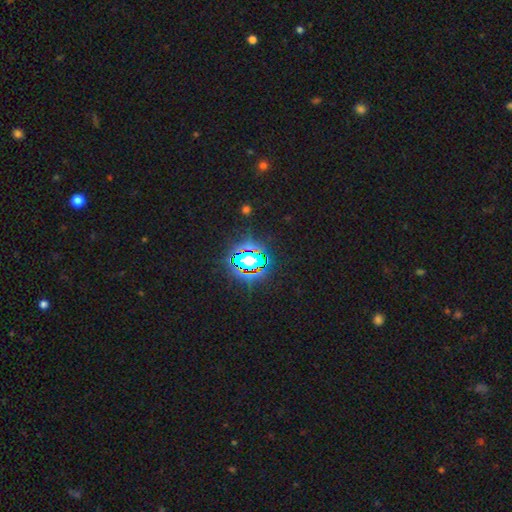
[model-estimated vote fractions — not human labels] The model was most divided on "smooth or featured": star or artifact: 73%, smooth: 17%, featured or disk: 10%.